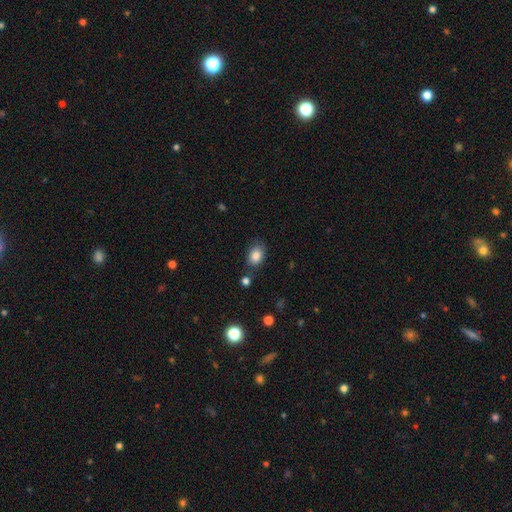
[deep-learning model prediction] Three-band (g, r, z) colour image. It shows a smooth galaxy with no disk features (84%) that is in between round and cigar-shaped (76%). Merging: none (73%).